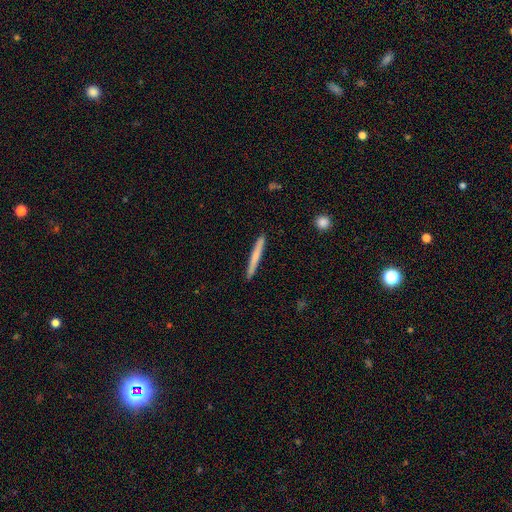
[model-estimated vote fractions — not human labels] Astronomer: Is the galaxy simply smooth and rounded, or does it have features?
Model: smooth — 67%.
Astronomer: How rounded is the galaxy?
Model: cigar-shaped — 97%.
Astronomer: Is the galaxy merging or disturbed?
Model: none — 92%.